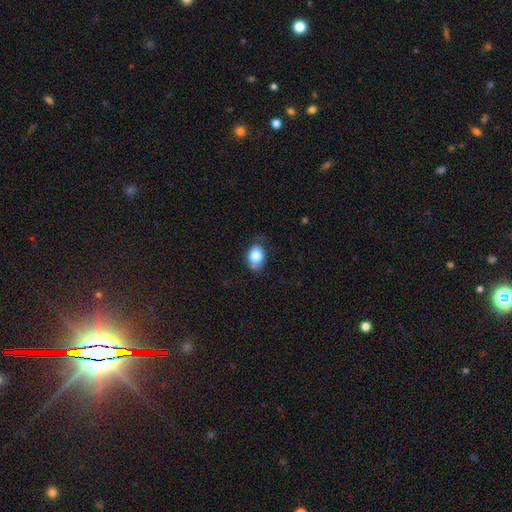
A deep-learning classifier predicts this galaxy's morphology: Smooth or featured: smooth — 78% (featured or disk — 14%)
How rounded: in between — 72% (round — 27%)
Merging: none — 61% (minor disturbance — 30%)